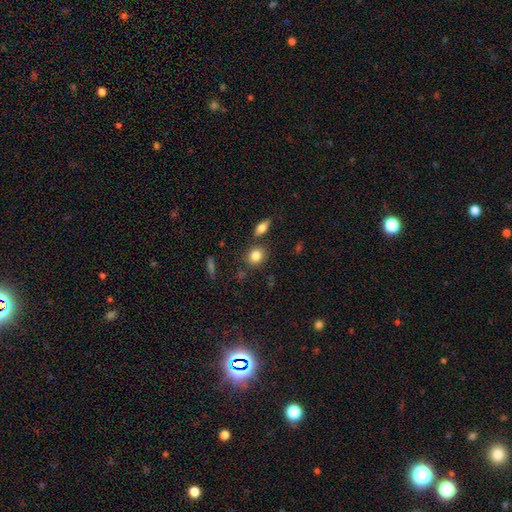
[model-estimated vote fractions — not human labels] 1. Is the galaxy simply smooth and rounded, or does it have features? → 83% smooth, 9% star or artifact, 8% featured or disk.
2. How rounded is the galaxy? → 72% round, 27% in between, 2% cigar-shaped.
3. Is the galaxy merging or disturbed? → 77% none, 10% minor disturbance, 10% merger, 3% major disturbance.